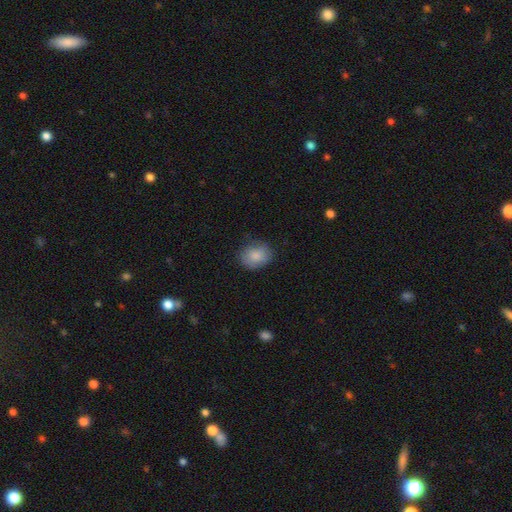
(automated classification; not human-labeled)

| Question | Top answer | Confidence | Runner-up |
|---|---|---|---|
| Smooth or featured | smooth | 86% | star or artifact (7%) |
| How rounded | in between | 50% | round (49%) |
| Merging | none | 77% | minor disturbance (18%) |